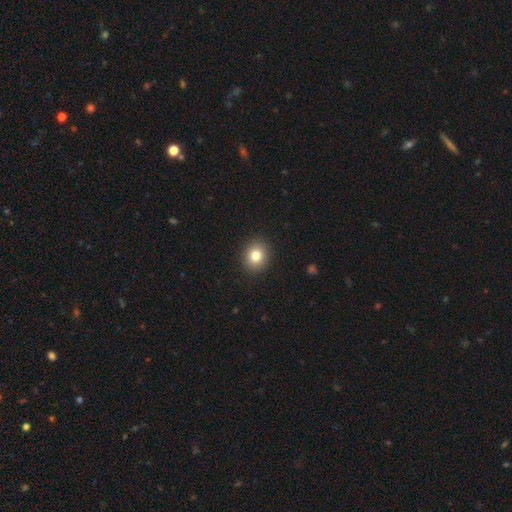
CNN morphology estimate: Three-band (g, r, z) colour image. It shows a smooth galaxy with no disk features (81%) that is round (72%). Merging: none (91%).